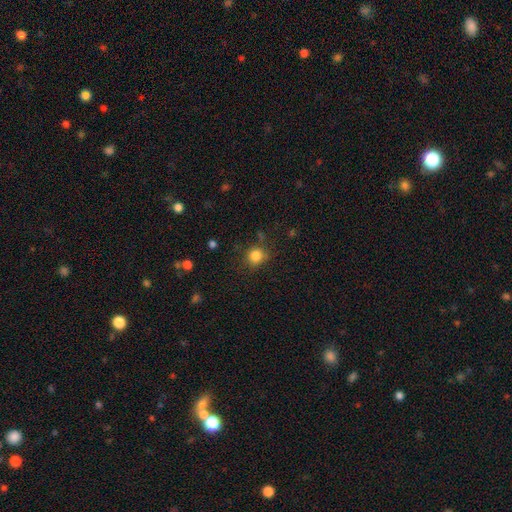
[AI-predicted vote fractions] A smooth galaxy with no disk features (84%) that is round (87%).

Vote fractions:
- Smooth or featured? smooth: 84% / star or artifact: 11% / featured or disk: 5%
- How rounded? round: 87% / in between: 12% / cigar-shaped: 1%
- Merging? none: 79% / minor disturbance: 13% / major disturbance: 4% / merger: 3%